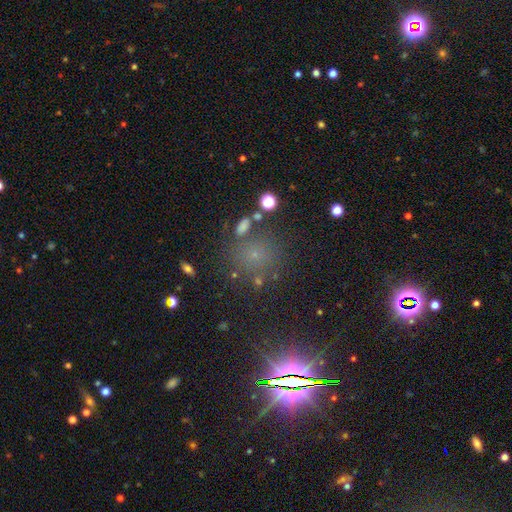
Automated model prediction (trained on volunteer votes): A smooth galaxy with no disk features (49%). Merging: none (75%).